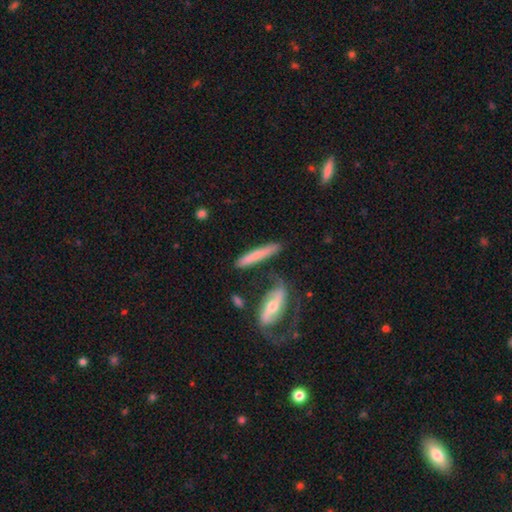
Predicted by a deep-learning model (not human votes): Smooth or featured: smooth — 61% (featured or disk — 32%)
How rounded: cigar-shaped — 91% (in between — 7%)
Merging: none — 71% (minor disturbance — 15%)